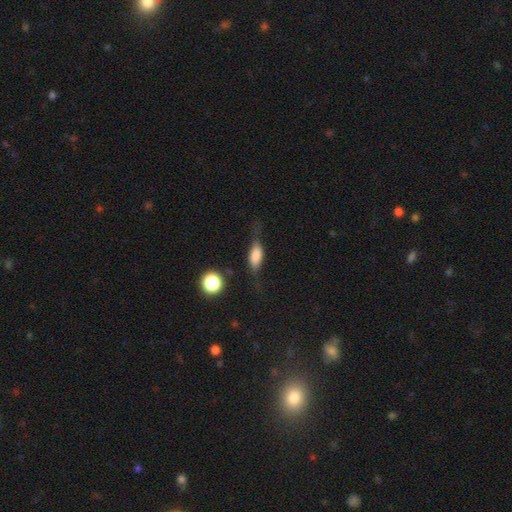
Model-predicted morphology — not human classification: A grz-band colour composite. It shows a smooth galaxy with no disk features (60%) that is in between round and cigar-shaped (63%). Merging: none (59%).